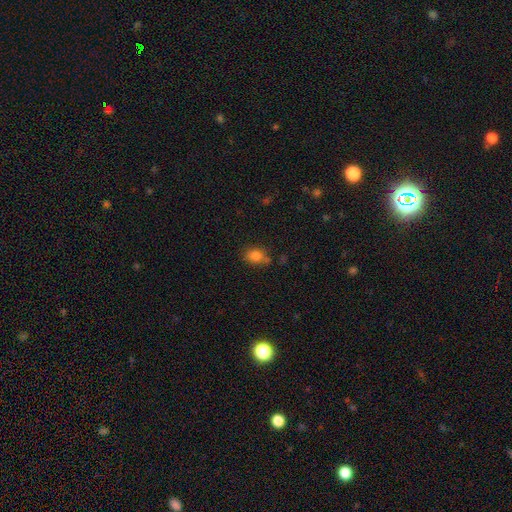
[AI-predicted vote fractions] Smooth or featured? smooth (82%)
How rounded? in between (63%)
Merging? none (61%)